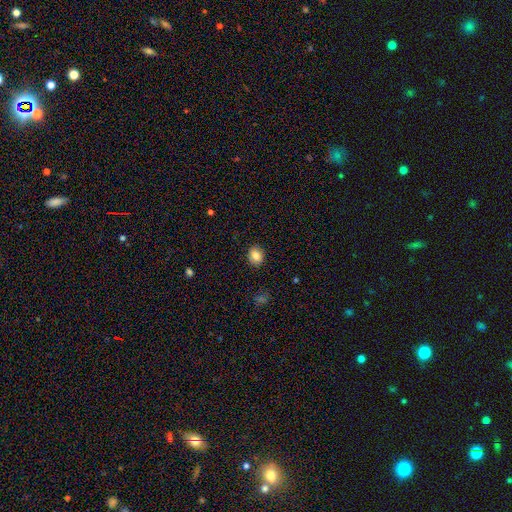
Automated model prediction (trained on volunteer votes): Smooth or featured: smooth — 83% (star or artifact — 9%)
How rounded: round — 57% (in between — 42%)
Merging: none — 89% (minor disturbance — 8%)